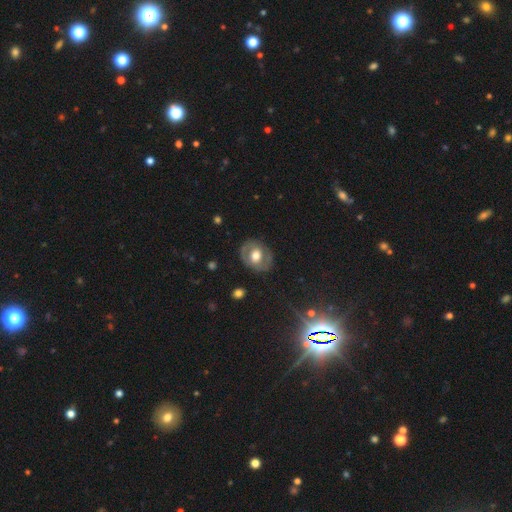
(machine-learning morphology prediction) type=featured or disk (52%); edge-on=no (95%); merging=none (80%).